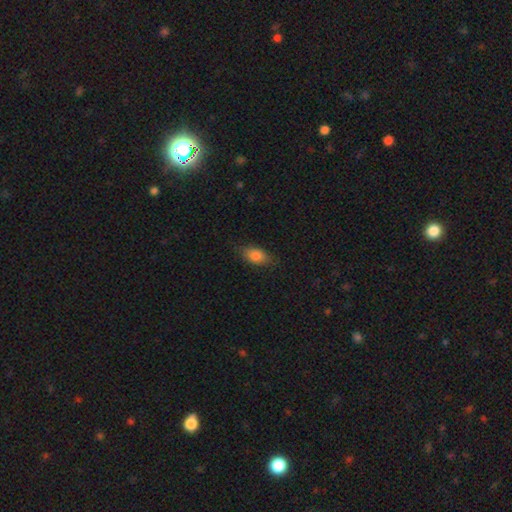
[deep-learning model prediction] smooth_or_featured: smooth (p=0.85) [alt: star or artifact p=0.08]
how_rounded: in between (p=0.88) [alt: round p=0.07]
merging: none (p=0.77) [alt: minor disturbance p=0.17]